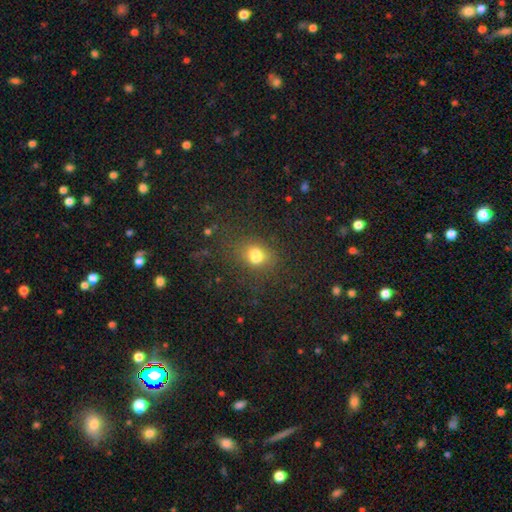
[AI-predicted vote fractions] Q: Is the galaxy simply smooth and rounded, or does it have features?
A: smooth — 73%.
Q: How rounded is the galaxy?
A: in between — 57%.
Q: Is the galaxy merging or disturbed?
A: none — 60%.